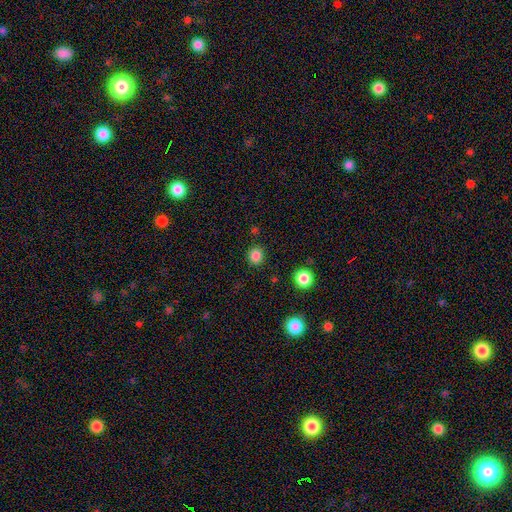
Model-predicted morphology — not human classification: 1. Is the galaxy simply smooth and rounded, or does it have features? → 84% smooth, 13% star or artifact, 4% featured or disk.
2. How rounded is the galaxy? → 84% round, 15% in between, 1% cigar-shaped.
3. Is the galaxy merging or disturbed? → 89% none, 7% minor disturbance, 2% major disturbance, 2% merger.